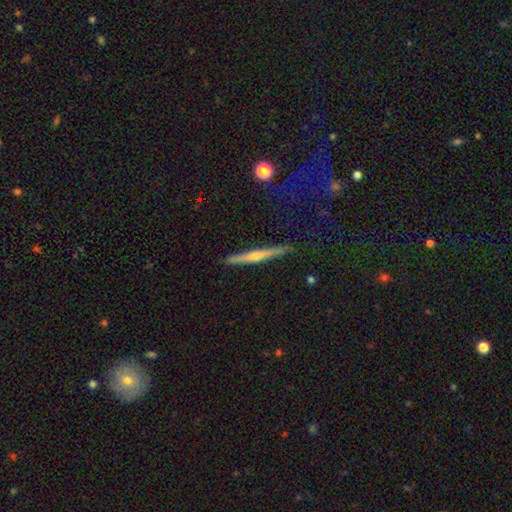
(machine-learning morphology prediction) Q: Smooth or featured?
A: featured or disk (59%); runner-up: smooth (33%)
Q: Edge-on disk?
A: yes (97%); runner-up: no (3%)
Q: Edge-on bulge?
A: rounded (60%); runner-up: none (33%)
Q: Merging?
A: none (90%); runner-up: minor disturbance (8%)